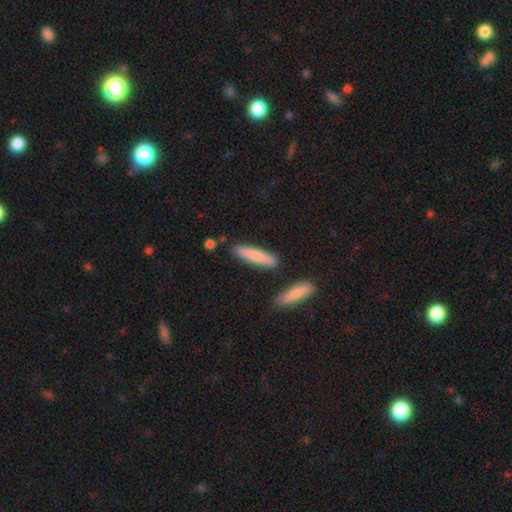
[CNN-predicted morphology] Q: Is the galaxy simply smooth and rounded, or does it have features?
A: smooth — 80%.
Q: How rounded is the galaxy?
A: cigar-shaped — 81%.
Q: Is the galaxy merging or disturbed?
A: none — 83%.